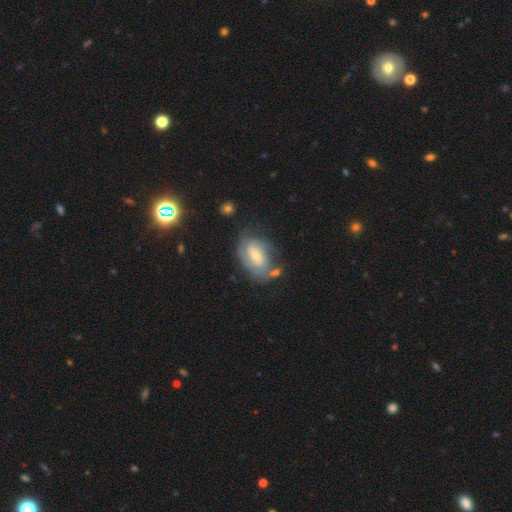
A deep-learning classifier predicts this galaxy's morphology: Smooth or featured? featured or disk (75%)
Edge-on disk? no (96%)
Bar? no (49%)
Spiral arms? yes (89%)
Spiral winding? tight (54%)
Spiral arm count? 2 (41%)
Bulge size? small (53%)
Merging? none (56%)